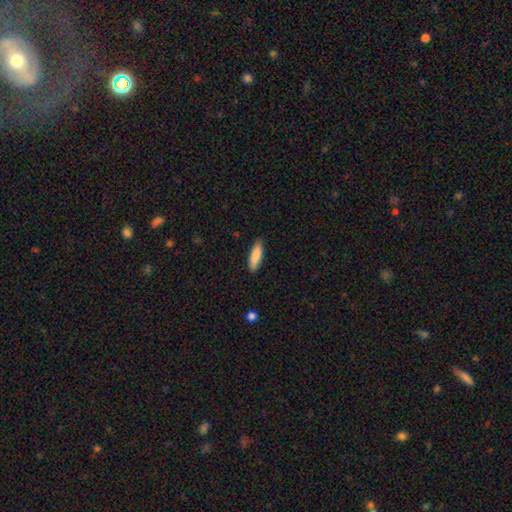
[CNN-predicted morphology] smooth-or-featured: smooth: 86% | featured or disk: 9% | star or artifact: 6%
  how-rounded: cigar-shaped: 55% | in between: 44% | round: 1%
  merging: none: 85% | minor disturbance: 11% | major disturbance: 2% | merger: 1%